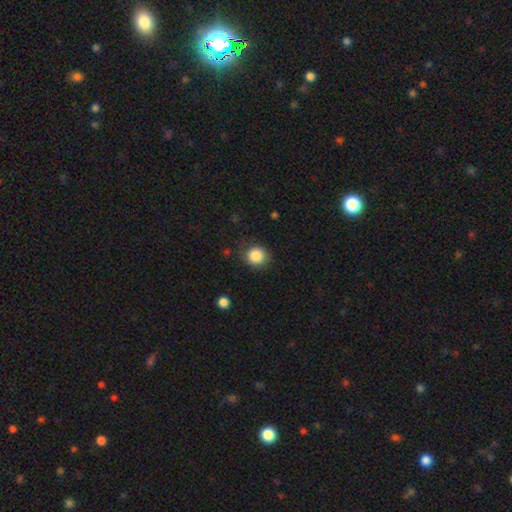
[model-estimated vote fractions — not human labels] smooth-or-featured: smooth: 86% | star or artifact: 10% | featured or disk: 4%
  how-rounded: round: 88% | in between: 11% | cigar-shaped: 1%
  merging: none: 83% | minor disturbance: 12% | major disturbance: 4% | merger: 1%